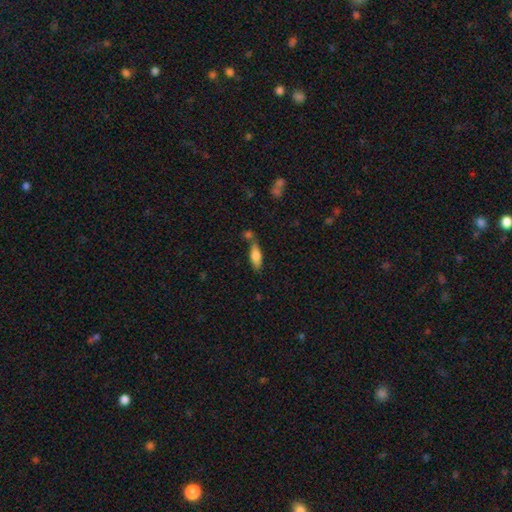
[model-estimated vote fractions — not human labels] This is likely a smooth galaxy (72%). How rounded: likely in between (64%). Merging: possibly none (59%).